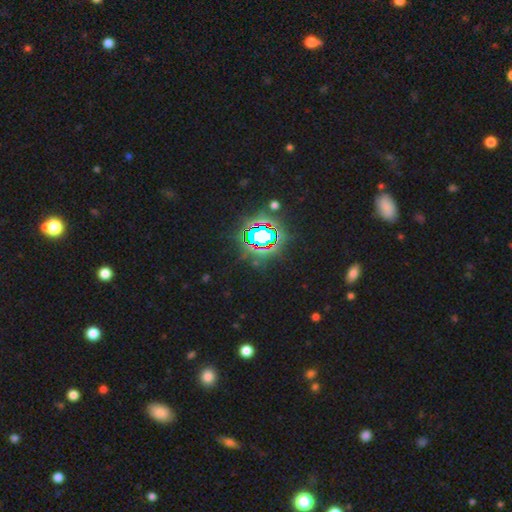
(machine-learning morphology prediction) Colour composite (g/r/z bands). It shows a star or artifact, not a galaxy (82%).